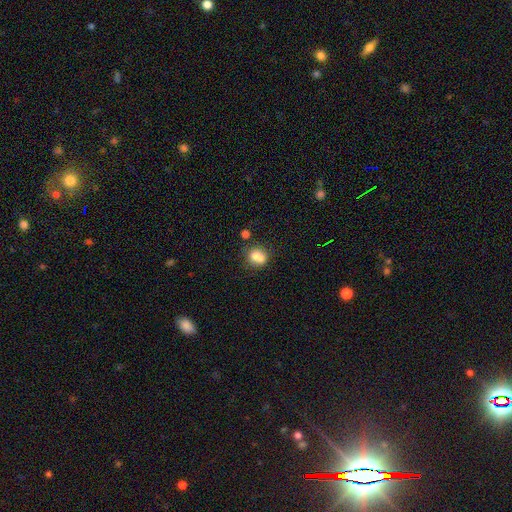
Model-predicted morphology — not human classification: Smooth or featured? smooth (76%)
How rounded? round (58%)
Merging? none (43%)